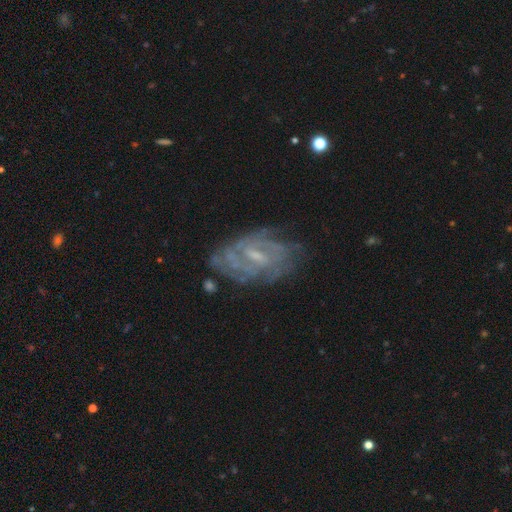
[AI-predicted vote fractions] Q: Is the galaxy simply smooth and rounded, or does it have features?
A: featured or disk — 80%.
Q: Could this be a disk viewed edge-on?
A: no — 96%.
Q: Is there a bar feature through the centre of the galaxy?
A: weak — 59%.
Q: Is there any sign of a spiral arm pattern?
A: yes — 87%.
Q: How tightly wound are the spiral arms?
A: tight — 58%.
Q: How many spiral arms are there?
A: can't tell — 47%.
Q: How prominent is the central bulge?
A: small — 53%.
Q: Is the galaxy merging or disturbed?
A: none — 68%.